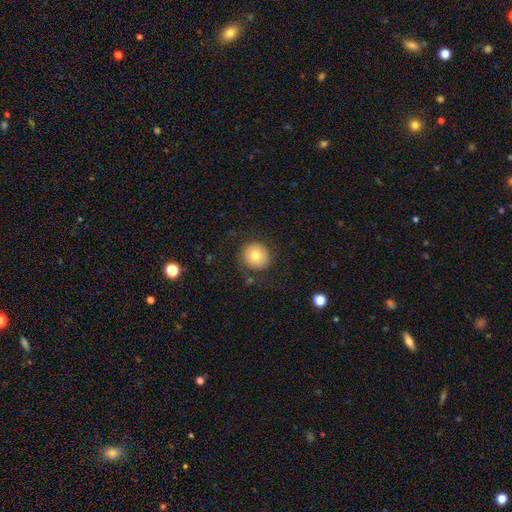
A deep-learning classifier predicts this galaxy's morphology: Smooth or featured? Predicted: smooth (p=0.72). How rounded? Predicted: round (p=0.92). Merging? Predicted: none (p=0.82).